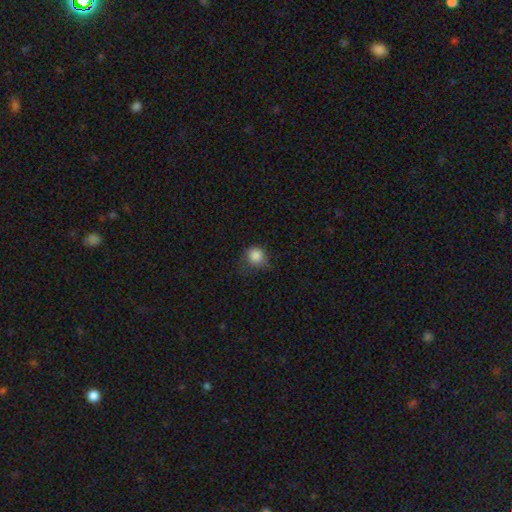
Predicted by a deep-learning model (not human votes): Smooth or featured?
  - smooth: 85% *
  - star or artifact: 10%
  - featured or disk: 5%
How rounded?
  - round: 85% *
  - in between: 14%
  - cigar-shaped: 1%
Merging?
  - none: 59% *
  - minor disturbance: 30%
  - major disturbance: 9%
  - merger: 2%